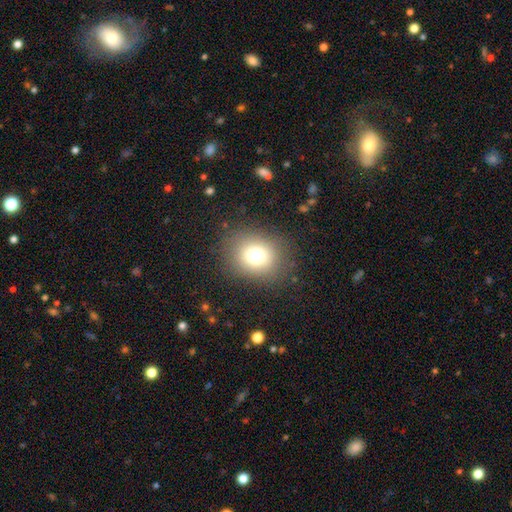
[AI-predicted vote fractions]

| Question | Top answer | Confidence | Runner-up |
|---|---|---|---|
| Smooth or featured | smooth | 74% | star or artifact (15%) |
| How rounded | round | 63% | in between (36%) |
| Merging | none | 84% | minor disturbance (10%) |